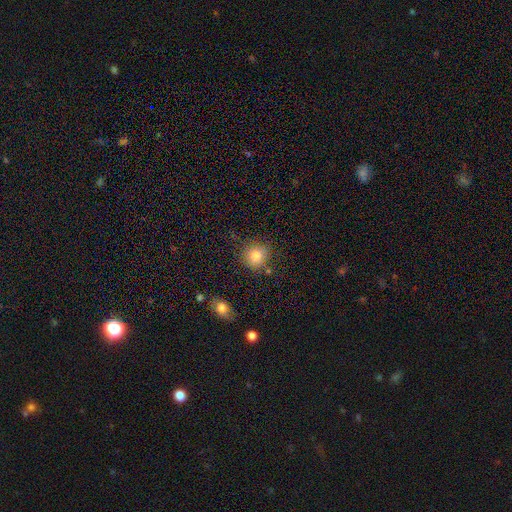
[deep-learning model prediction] Smooth or featured?
  - smooth: 81% *
  - star or artifact: 11%
  - featured or disk: 8%
How rounded?
  - round: 87% *
  - in between: 12%
  - cigar-shaped: 1%
Merging?
  - none: 79% *
  - minor disturbance: 13%
  - merger: 5%
  - major disturbance: 4%